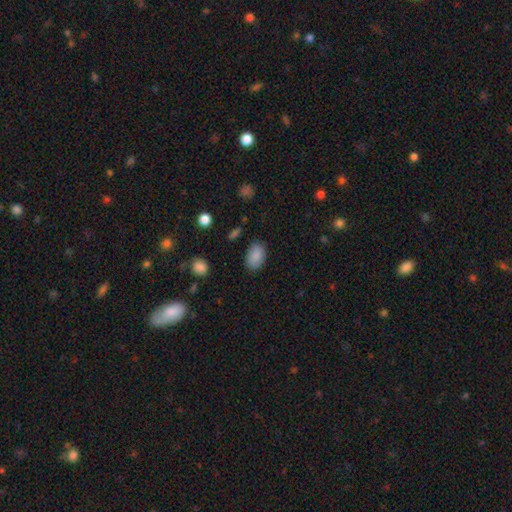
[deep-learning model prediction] smooth 87%, star or artifact 8%, featured or disk 5%. Down the decision tree: how rounded — in between (88%); merging — none (83%).